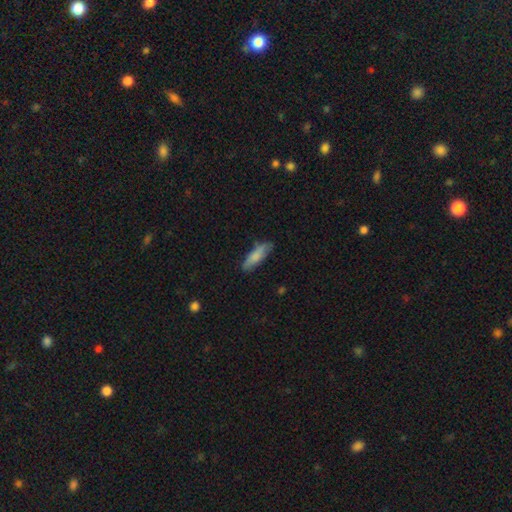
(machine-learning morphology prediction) A smooth galaxy with no disk features (77%) that is cigar-shaped (59%). Merging: none (69%).